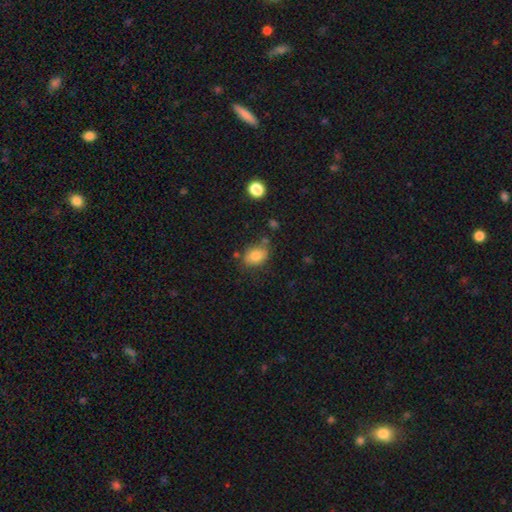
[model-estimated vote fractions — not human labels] smooth 80%, featured or disk 11%, star or artifact 9%. Down the decision tree: how rounded — in between (75%); merging — none (67%).